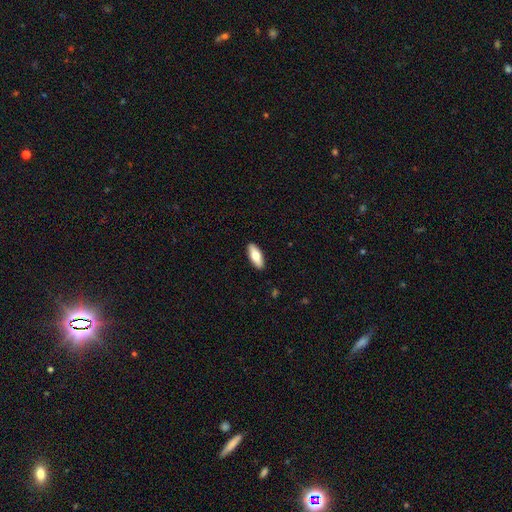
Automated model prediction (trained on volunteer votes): smooth 73%, featured or disk 22%, star or artifact 6%. Down the decision tree: how rounded — in between (75%); merging — none (91%).